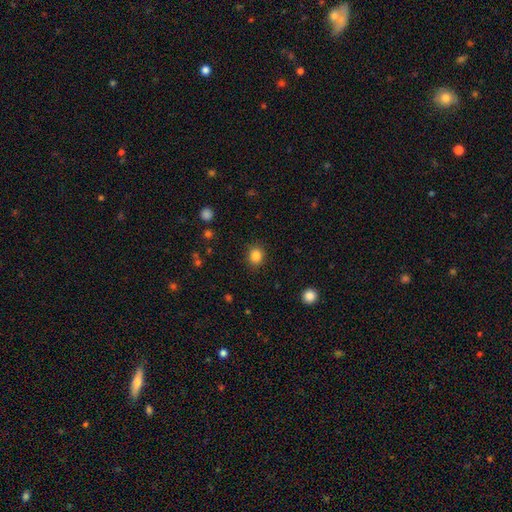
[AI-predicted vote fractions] Smooth or featured? smooth (85%)
How rounded? round (75%)
Merging? none (88%)